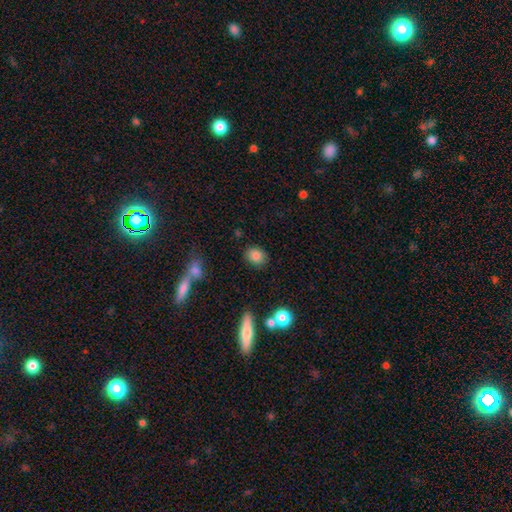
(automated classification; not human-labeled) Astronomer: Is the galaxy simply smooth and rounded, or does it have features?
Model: smooth — 84%.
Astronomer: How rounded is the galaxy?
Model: round — 56% (runner-up: in between, 42%).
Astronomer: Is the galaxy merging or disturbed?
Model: none — 85%.